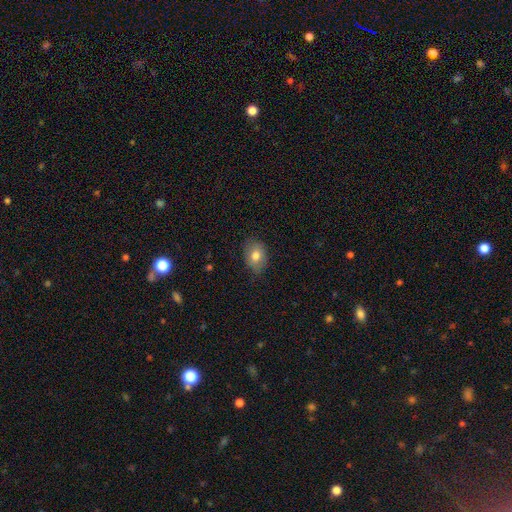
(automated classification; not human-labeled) Smooth or featured?
  - smooth: 78% *
  - featured or disk: 13%
  - star or artifact: 9%
How rounded?
  - in between: 71% *
  - round: 28%
  - cigar-shaped: 1%
Merging?
  - none: 79% *
  - minor disturbance: 17%
  - major disturbance: 3%
  - merger: 1%